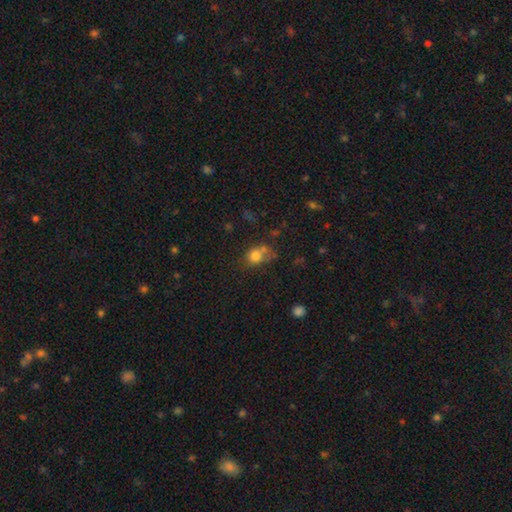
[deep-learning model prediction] smooth_or_featured: smooth (p=0.76) [alt: star or artifact p=0.13]
how_rounded: round (p=0.65) [alt: in between p=0.34]
merging: none (p=0.42) [alt: merger p=0.29]